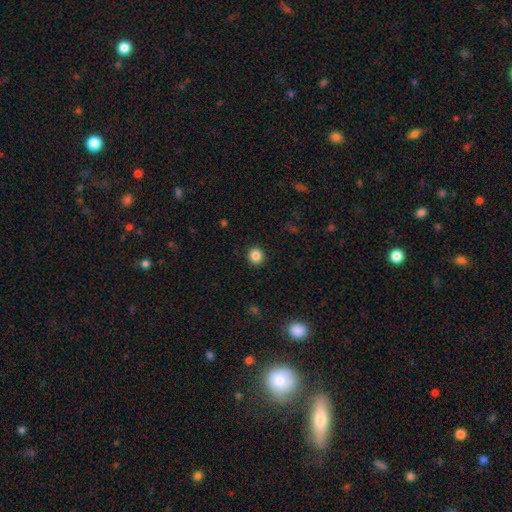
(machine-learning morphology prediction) Smooth or featured?
  - smooth: 86% *
  - star or artifact: 10%
  - featured or disk: 4%
How rounded?
  - round: 89% *
  - in between: 10%
  - cigar-shaped: 1%
Merging?
  - none: 92% *
  - minor disturbance: 5%
  - major disturbance: 2%
  - merger: 1%